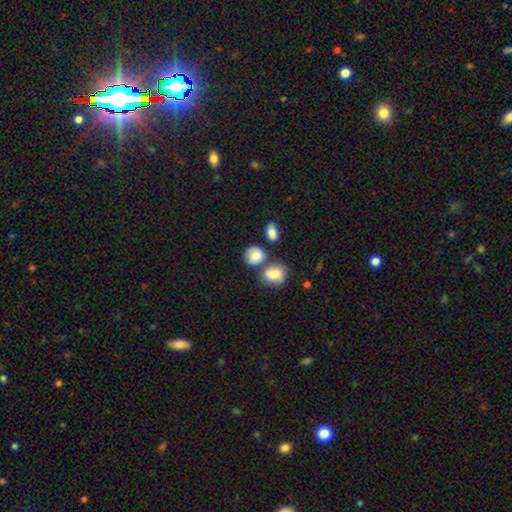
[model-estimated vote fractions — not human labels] Morphology: type=smooth (82%); roundness=round (65%); merging=none (50%).